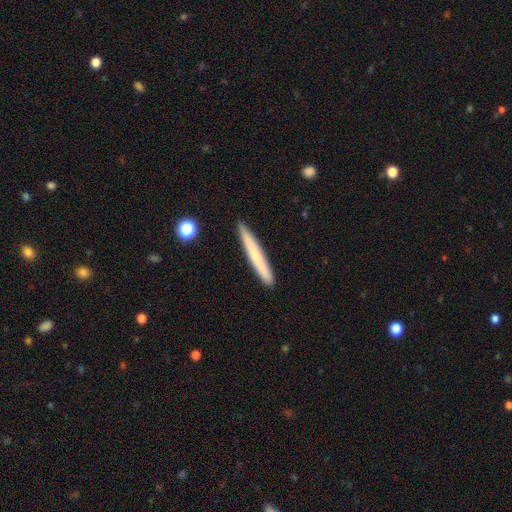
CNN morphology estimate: Smooth or featured? smooth (64%)
How rounded? cigar-shaped (96%)
Merging? none (91%)